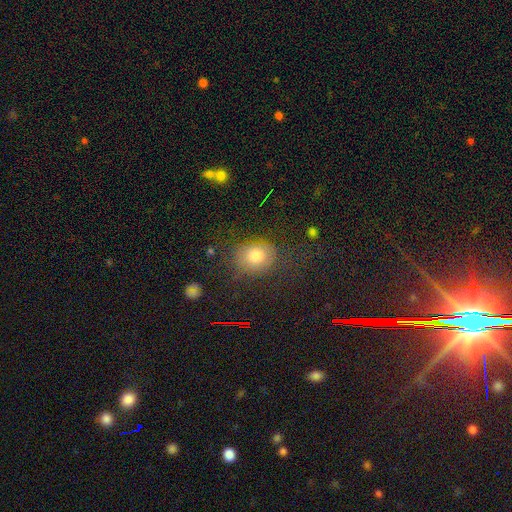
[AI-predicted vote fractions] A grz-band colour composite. It shows a smooth galaxy with no disk features (73%) that is round (59%). Merging: none (73%).